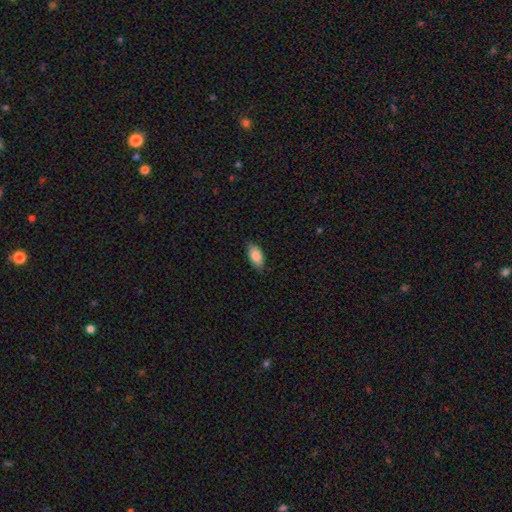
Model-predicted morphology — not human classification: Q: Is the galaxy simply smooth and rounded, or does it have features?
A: smooth — 85%.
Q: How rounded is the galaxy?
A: in between — 91%.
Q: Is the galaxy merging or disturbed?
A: none — 80%.